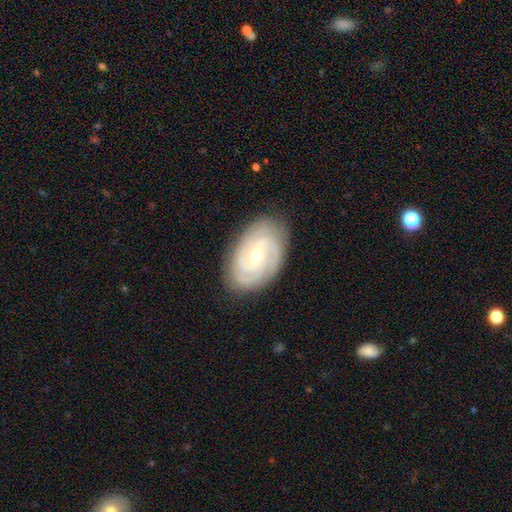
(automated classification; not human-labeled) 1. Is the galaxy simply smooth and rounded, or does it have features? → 85% featured or disk, 9% smooth, 5% star or artifact.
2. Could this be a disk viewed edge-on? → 96% no, 4% yes.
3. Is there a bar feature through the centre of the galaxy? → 49% weak, 36% no, 15% strong.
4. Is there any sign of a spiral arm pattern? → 97% yes, 3% no.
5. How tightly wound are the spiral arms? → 66% tight, 28% medium, 5% loose.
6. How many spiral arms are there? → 33% 3, 22% 2, 19% can't tell, 17% 4, 5% more than 4, 5% 1.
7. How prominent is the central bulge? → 59% small, 39% moderate, 1% large, 1% none, 1% dominant.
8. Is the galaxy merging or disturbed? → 84% none, 12% minor disturbance, 3% major disturbance, 1% merger.